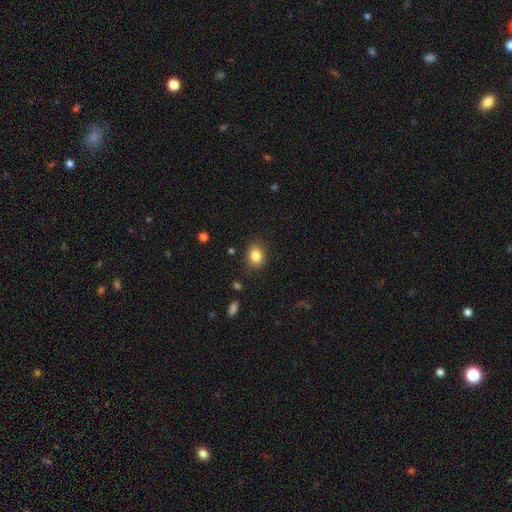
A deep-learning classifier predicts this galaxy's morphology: smooth_or_featured: smooth (p=0.85) [alt: star or artifact p=0.10]
how_rounded: round (p=0.50) [alt: in between p=0.49]
merging: none (p=0.85) [alt: minor disturbance p=0.10]